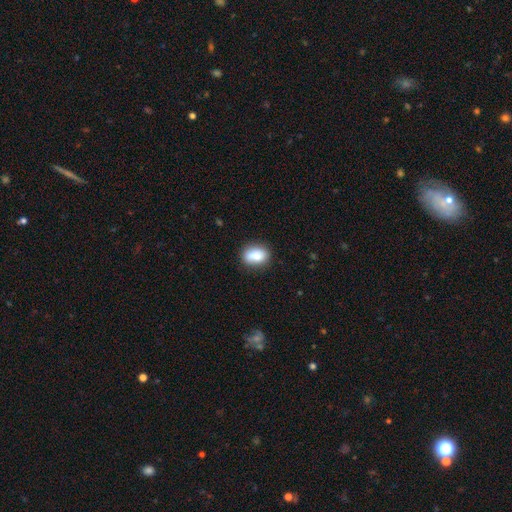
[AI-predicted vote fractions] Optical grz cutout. It shows a smooth galaxy with no disk features (82%) that is in between round and cigar-shaped (74%). Merging: none (72%).